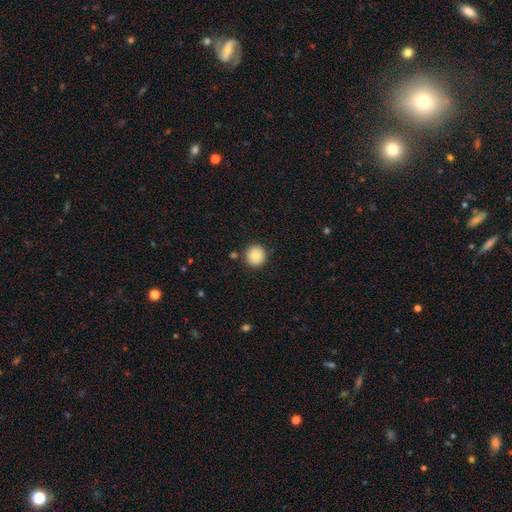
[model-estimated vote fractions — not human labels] The model was most divided on "smooth or featured": smooth: 84%, star or artifact: 9%, featured or disk: 7%. More confident: how rounded — round (93%); merging — none (89%).